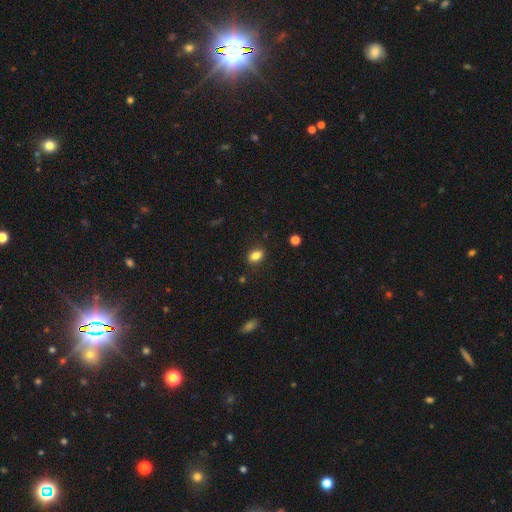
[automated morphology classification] Q: Smooth or featured?
A: smooth (84%); runner-up: star or artifact (10%)
Q: How rounded?
A: in between (79%); runner-up: round (19%)
Q: Merging?
A: none (86%); runner-up: minor disturbance (10%)